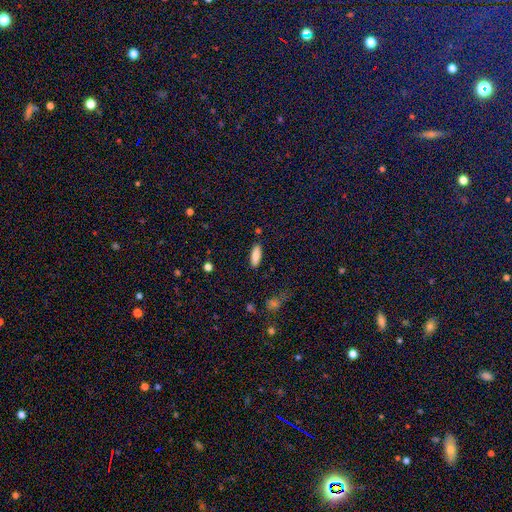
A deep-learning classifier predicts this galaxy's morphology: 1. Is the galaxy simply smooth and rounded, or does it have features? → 86% smooth, 7% featured or disk, 7% star or artifact.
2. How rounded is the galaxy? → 68% in between, 30% cigar-shaped, 2% round.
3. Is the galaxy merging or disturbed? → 85% none, 10% minor disturbance, 3% major disturbance, 2% merger.